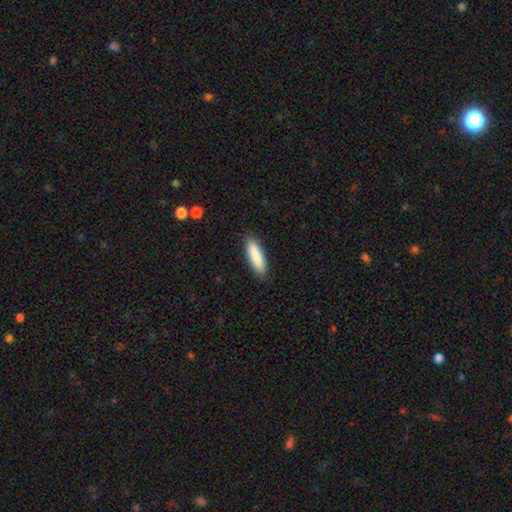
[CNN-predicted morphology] type=smooth (88%); roundness=cigar-shaped (60%); merging=none (88%).